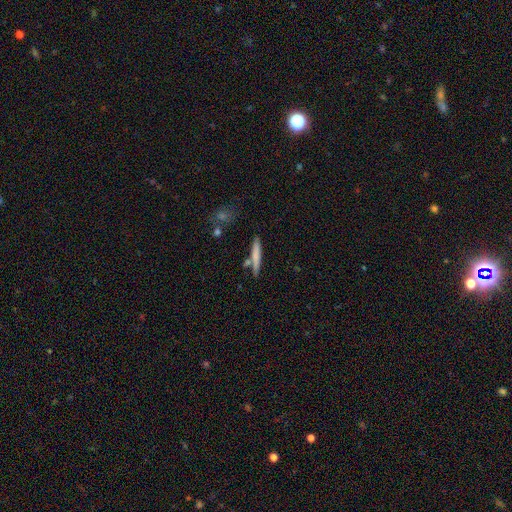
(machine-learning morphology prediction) type=smooth (69%); roundness=cigar-shaped (93%); merging=none (73%).